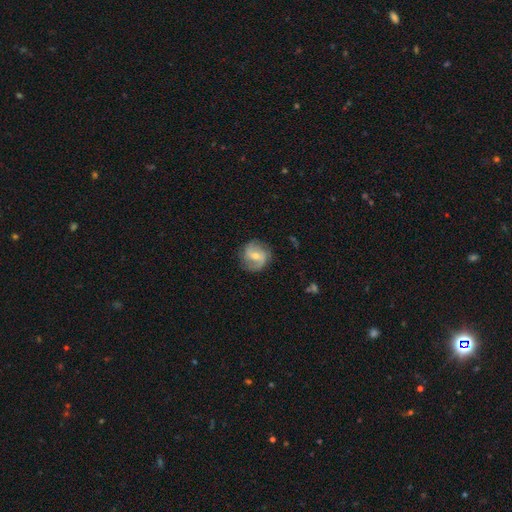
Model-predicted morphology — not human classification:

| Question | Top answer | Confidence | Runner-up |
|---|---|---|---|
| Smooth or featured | featured or disk | 75% | smooth (18%) |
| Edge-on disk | no | 97% | yes (3%) |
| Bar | weak | 47% | no (31%) |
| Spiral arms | yes | 91% | no (9%) |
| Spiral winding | medium | 44% | loose (32%) |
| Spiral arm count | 2 | 82% | can't tell (8%) |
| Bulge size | moderate | 50% | small (46%) |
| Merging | none | 82% | minor disturbance (13%) |